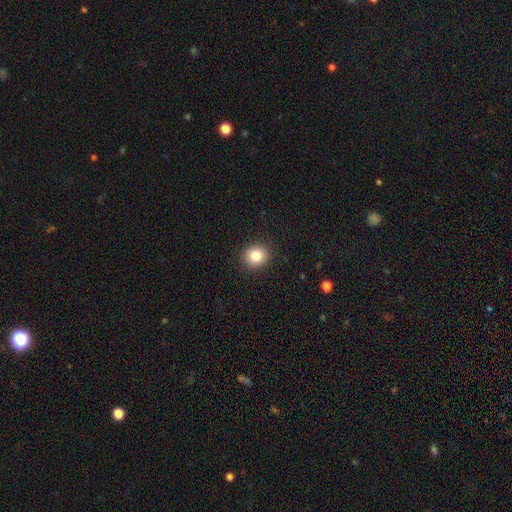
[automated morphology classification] type=smooth (85%); roundness=round (83%); merging=none (91%).